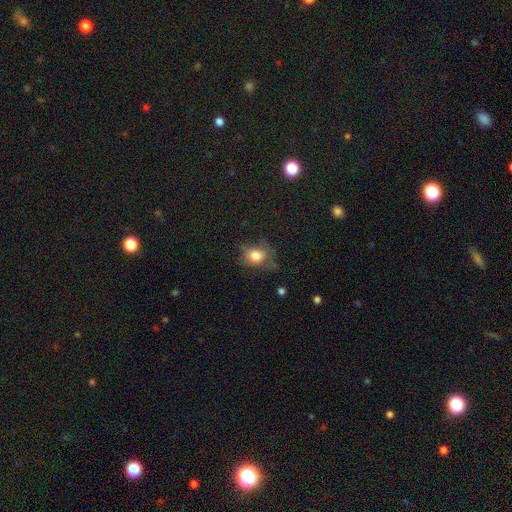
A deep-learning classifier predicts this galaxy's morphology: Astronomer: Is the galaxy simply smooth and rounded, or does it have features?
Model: smooth — 74%.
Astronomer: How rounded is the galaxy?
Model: round — 50% (runner-up: in between, 49%).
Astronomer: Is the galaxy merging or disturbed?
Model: none — 49% (runner-up: minor disturbance, 29%).